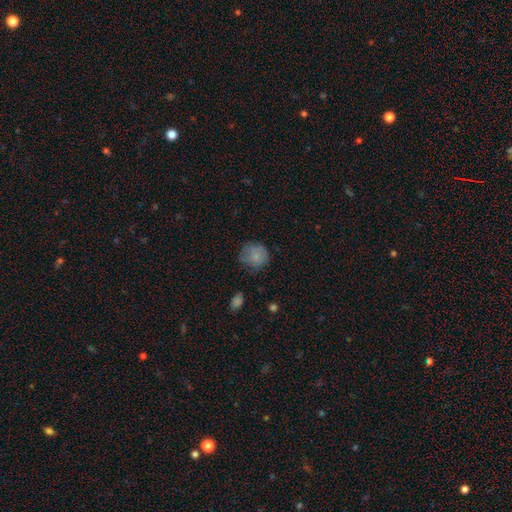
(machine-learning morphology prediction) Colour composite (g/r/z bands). It shows a smooth galaxy with no disk features (78%) that is round (85%). Merging: none (66%).